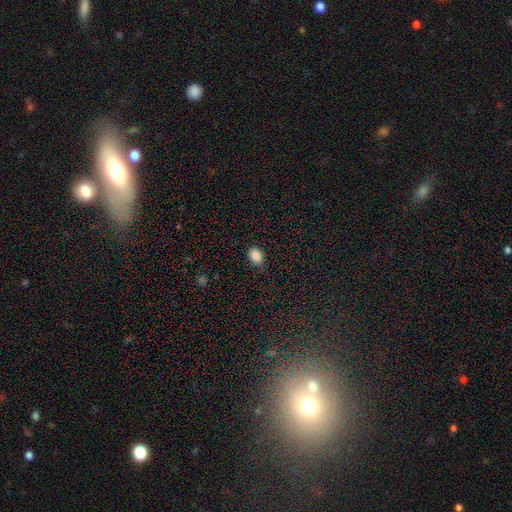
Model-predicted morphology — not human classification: The model was most divided on "how rounded": in between: 75%, round: 24%, cigar-shaped: 1%. More confident: smooth or featured — smooth (87%); merging — none (82%).